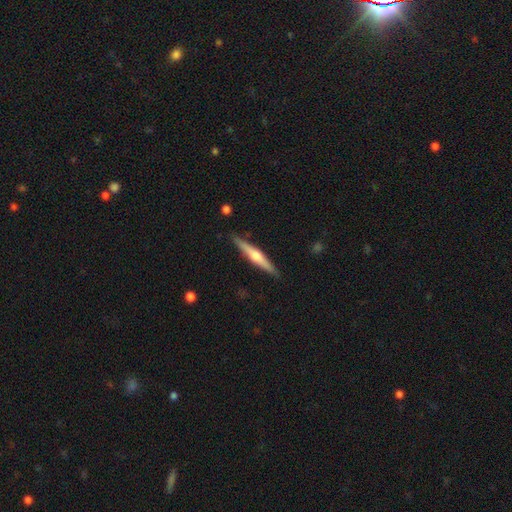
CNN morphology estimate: This is likely a featured or disk galaxy (65%). It is clearly viewed edge-on (98%). Edge-on bulge: clearly rounded (89%). Merging: clearly none (90%).